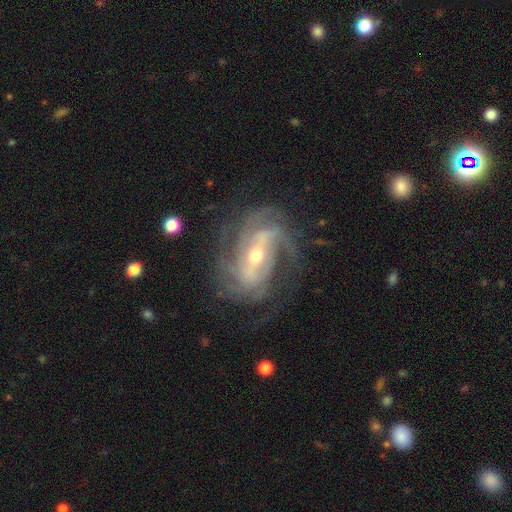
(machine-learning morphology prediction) type=featured or disk (90%); edge-on=no (96%); bar=strong (50%); spiral arms=yes (97%); winding=tight (45%); arm count=3 (27%); bulge=small (51%); merging=none (68%).